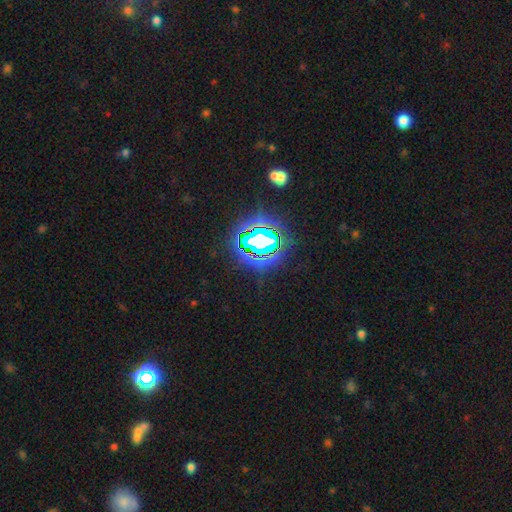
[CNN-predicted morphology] Q: Smooth or featured?
A: star or artifact (84%); runner-up: smooth (10%)